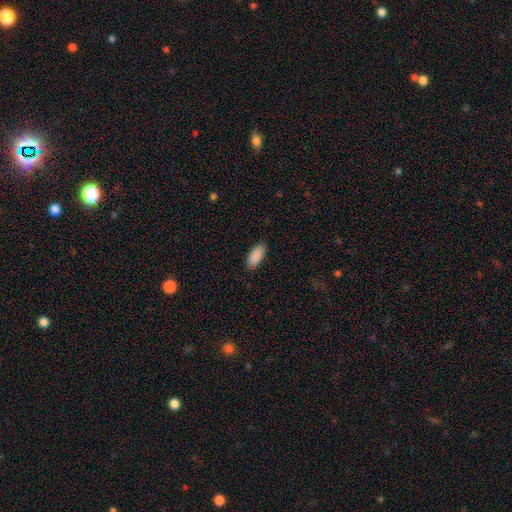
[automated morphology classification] Overall: smooth (91%). How rounded: in between (88%). Merging: none (88%).